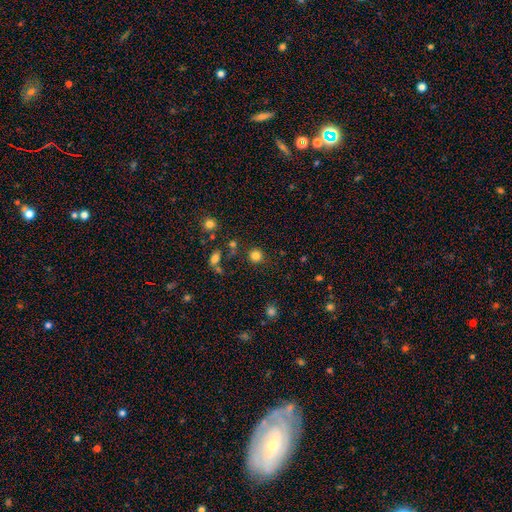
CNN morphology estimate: The model was most divided on "smooth or featured": smooth: 82%, star or artifact: 13%, featured or disk: 5%. More confident: how rounded — round (93%); merging — none (85%).